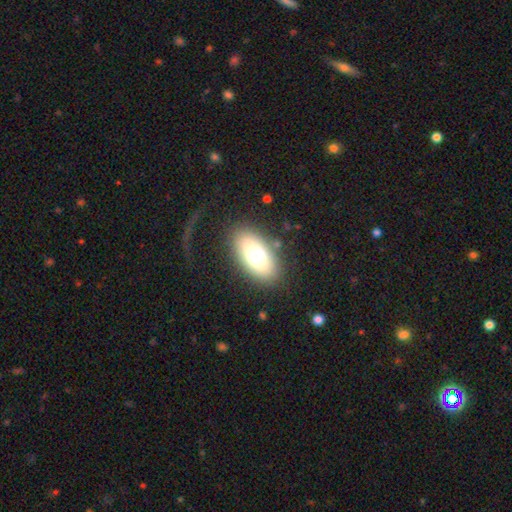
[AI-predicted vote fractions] The model was most divided on "smooth or featured": smooth: 72%, featured or disk: 18%, star or artifact: 10%. More confident: how rounded — in between (89%); merging — none (82%).